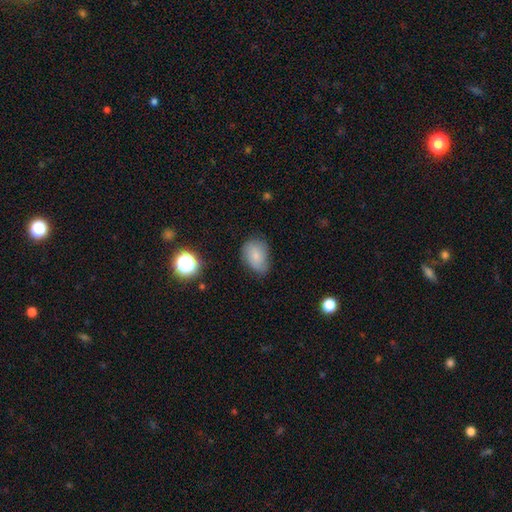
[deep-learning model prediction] Smooth or featured? smooth (78%)
How rounded? in between (81%)
Merging? none (59%)